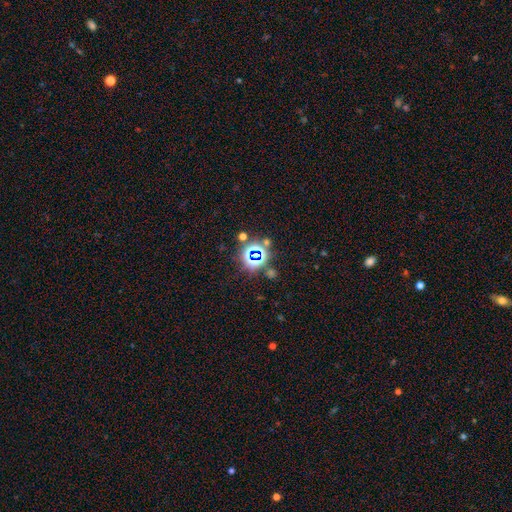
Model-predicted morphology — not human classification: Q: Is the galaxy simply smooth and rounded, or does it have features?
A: star or artifact — 75%.